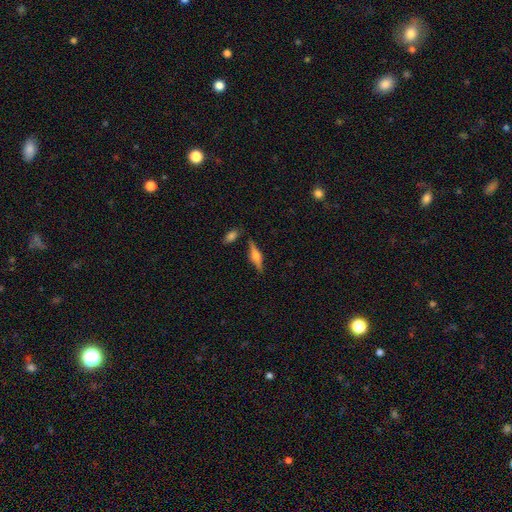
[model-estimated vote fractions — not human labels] A featured or disk galaxy (62%) viewed edge-on (96%) with a rounded central bulge (86%). Merging: none (82%).